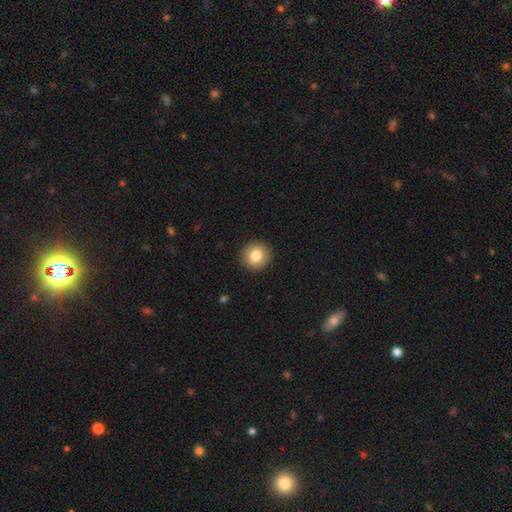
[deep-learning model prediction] A smooth galaxy with no disk features (81%) that is round (88%).

Vote fractions:
- Smooth or featured? smooth: 81% / featured or disk: 10% / star or artifact: 9%
- How rounded? round: 88% / in between: 11% / cigar-shaped: 1%
- Merging? none: 92% / minor disturbance: 5% / major disturbance: 2% / merger: 1%